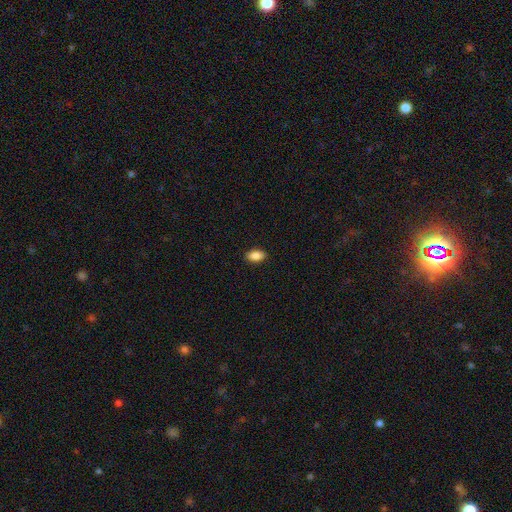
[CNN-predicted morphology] smooth_or_featured: smooth (p=0.87) [alt: star or artifact p=0.08]
how_rounded: in between (p=0.90) [alt: round p=0.07]
merging: none (p=0.89) [alt: minor disturbance p=0.08]